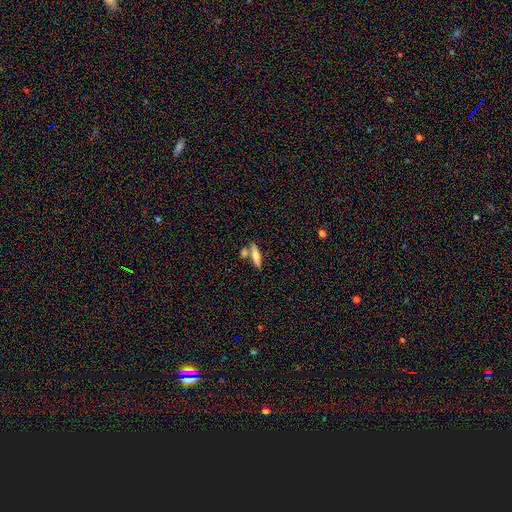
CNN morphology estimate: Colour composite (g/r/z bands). It shows a smooth galaxy with no disk features (64%) that is cigar-shaped (68%). Merging: none (65%).